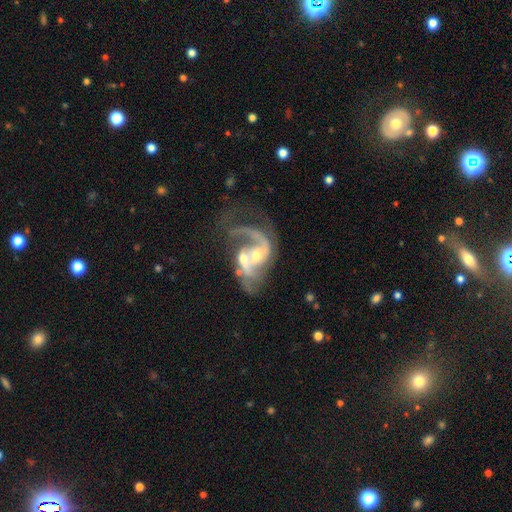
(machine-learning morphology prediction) Smooth or featured?
  - featured or disk: 87% *
  - smooth: 7%
  - star or artifact: 6%
Edge-on disk?
  - no: 98% *
  - yes: 2%
Bar?
  - no: 51% *
  - weak: 36%
  - strong: 13%
Spiral arms?
  - yes: 93% *
  - no: 7%
Spiral winding?
  - loose: 44% *
  - medium: 43%
  - tight: 12%
Spiral arm count?
  - 2: 64% *
  - 1: 17%
  - can't tell: 9%
  - 3: 6%
  - 4: 2%
  - more than 4: 2%
Bulge size?
  - moderate: 49% *
  - small: 42%
  - large: 4%
  - none: 3%
  - dominant: 1%
Merging?
  - merger: 42% *
  - major disturbance: 24%
  - none: 23%
  - minor disturbance: 11%